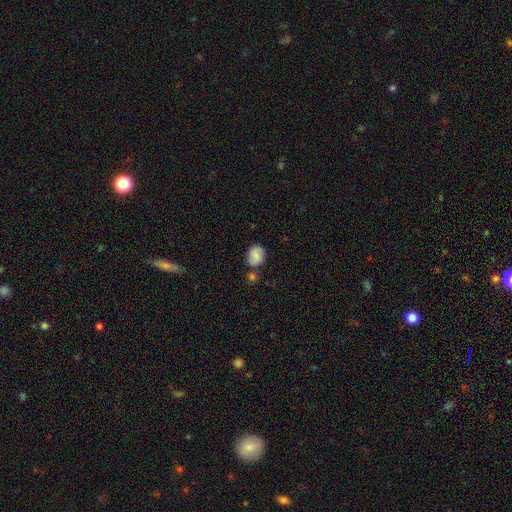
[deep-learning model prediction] Smooth or featured? Predicted: smooth (p=0.75). How rounded? Predicted: round (p=0.57). Merging? Predicted: none (p=0.67).